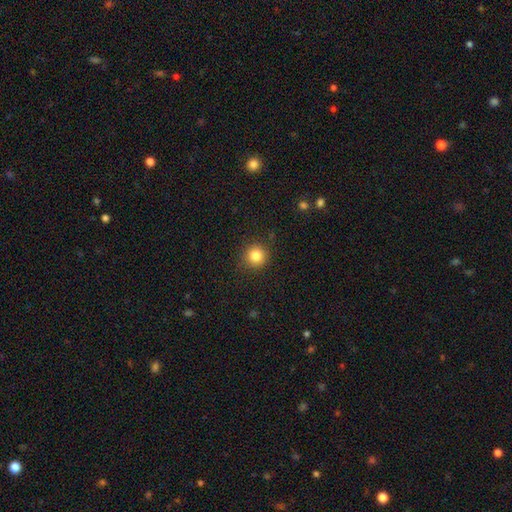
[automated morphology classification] The model was most divided on "smooth or featured": smooth: 84%, star or artifact: 11%, featured or disk: 6%. More confident: how rounded — round (94%); merging — none (89%).